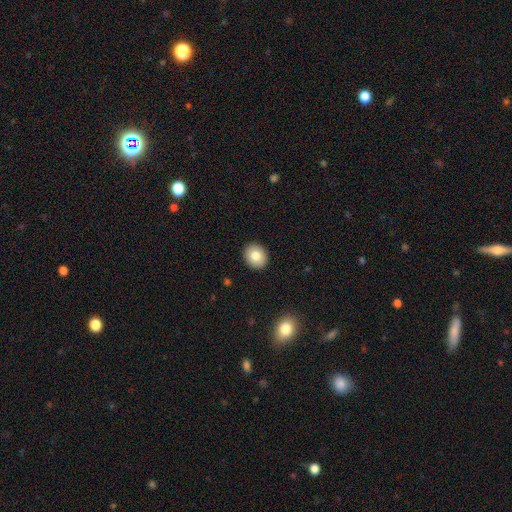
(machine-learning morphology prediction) Smooth or featured? smooth (80%)
How rounded? round (65%)
Merging? none (91%)